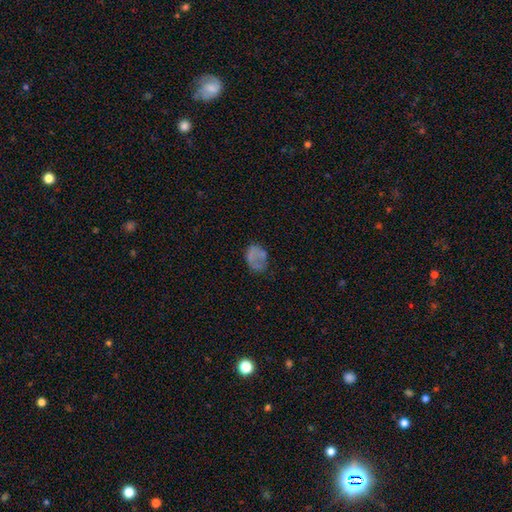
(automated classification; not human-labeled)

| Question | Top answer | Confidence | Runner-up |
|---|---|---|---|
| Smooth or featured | smooth | 62% | featured or disk (24%) |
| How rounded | in between | 69% | round (30%) |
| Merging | none | 47% | minor disturbance (26%) |